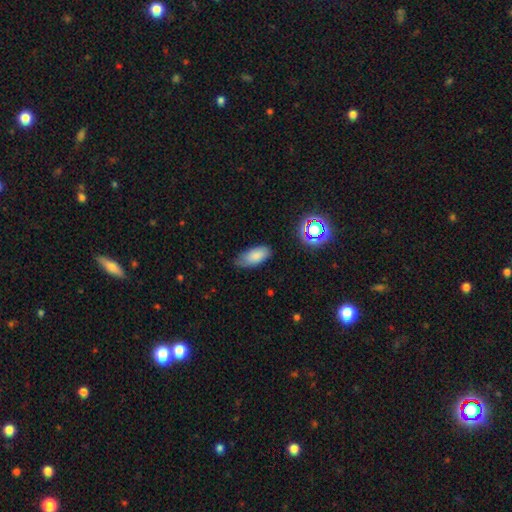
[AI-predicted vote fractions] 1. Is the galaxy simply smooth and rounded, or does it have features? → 80% smooth, 10% star or artifact, 9% featured or disk.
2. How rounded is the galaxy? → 88% in between, 9% cigar-shaped, 3% round.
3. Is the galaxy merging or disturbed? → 66% none, 27% minor disturbance, 5% major disturbance, 2% merger.